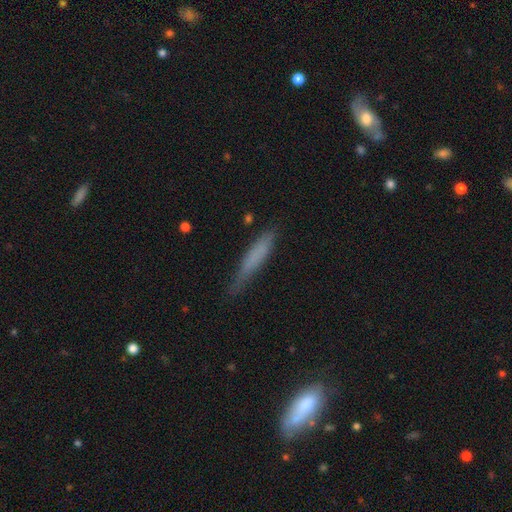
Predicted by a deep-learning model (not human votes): A smooth galaxy with no disk features (68%) that is cigar-shaped (91%). Merging: none (68%).